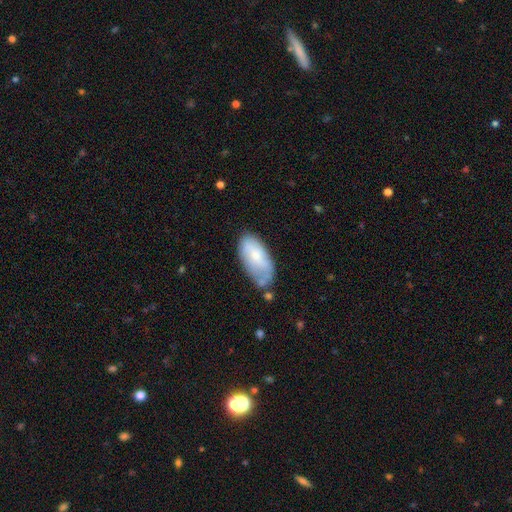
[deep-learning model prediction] smooth 65%, featured or disk 28%, star or artifact 7%. Down the decision tree: how rounded — in between (93%); merging — none (50%).